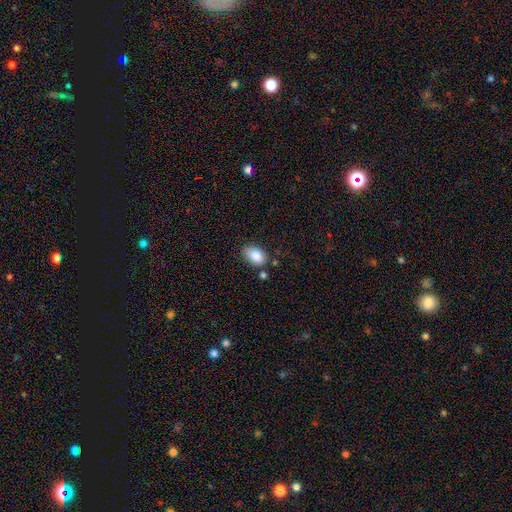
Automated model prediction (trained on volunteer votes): Smooth or featured? Predicted: smooth (p=0.86). How rounded? Predicted: in between (p=0.88). Merging? Predicted: none (p=0.70).